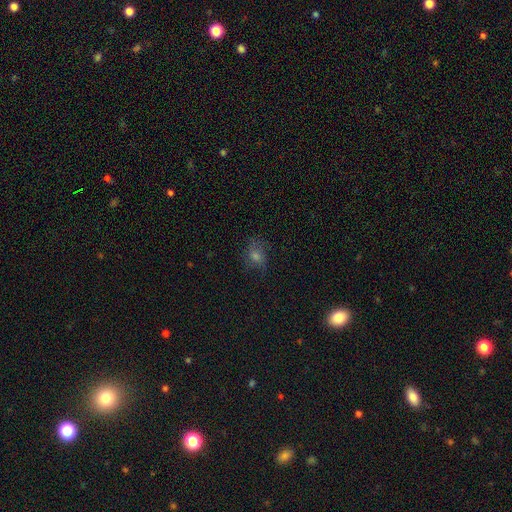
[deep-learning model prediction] A smooth galaxy with no disk features (50%) that is round (50%).

Vote fractions:
- Smooth or featured? smooth: 50% / star or artifact: 26% / featured or disk: 24%
- How rounded? round: 50% / in between: 48% / cigar-shaped: 2%
- Merging? none: 67% / minor disturbance: 20% / major disturbance: 11% / merger: 2%